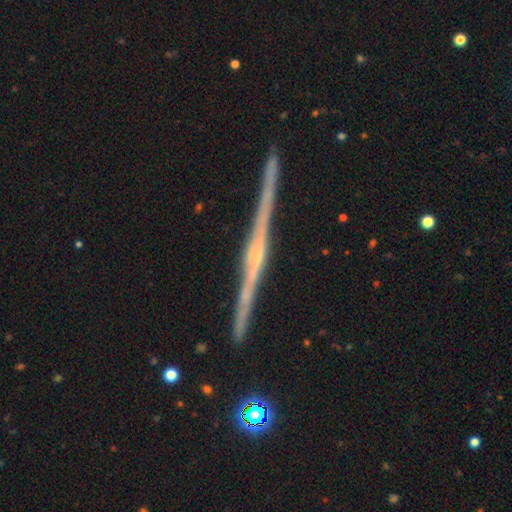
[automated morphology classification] Smooth or featured? featured or disk (86%)
Edge-on disk? yes (99%)
Edge-on bulge? rounded (52%)
Merging? none (92%)